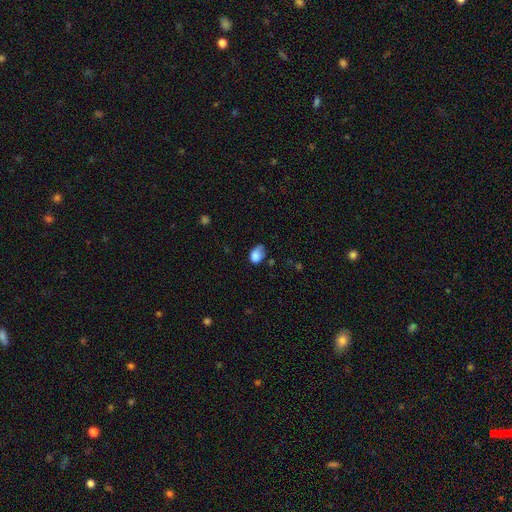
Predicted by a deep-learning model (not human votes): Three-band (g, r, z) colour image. It shows a smooth galaxy with no disk features (81%) that is in between round and cigar-shaped (77%). Merging: none (42%).